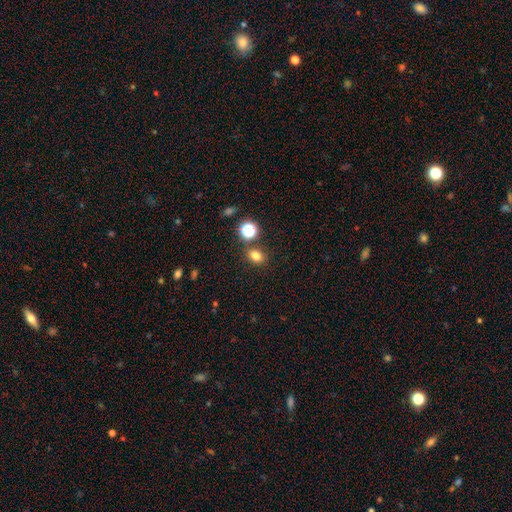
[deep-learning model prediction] Q: Smooth or featured?
A: smooth (77%); runner-up: star or artifact (16%)
Q: How rounded?
A: in between (58%); runner-up: round (41%)
Q: Merging?
A: none (79%); runner-up: minor disturbance (10%)